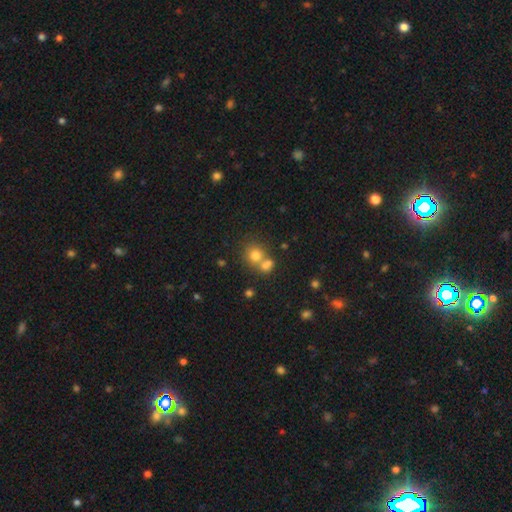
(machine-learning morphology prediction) type=smooth (76%); roundness=round (80%); merging=none (45%).